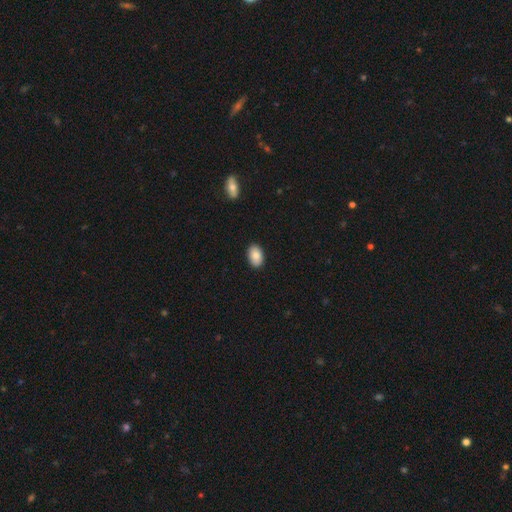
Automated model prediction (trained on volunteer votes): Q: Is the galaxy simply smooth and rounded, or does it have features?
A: smooth — 87%.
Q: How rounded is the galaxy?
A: in between — 90%.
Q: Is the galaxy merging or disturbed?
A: none — 89%.